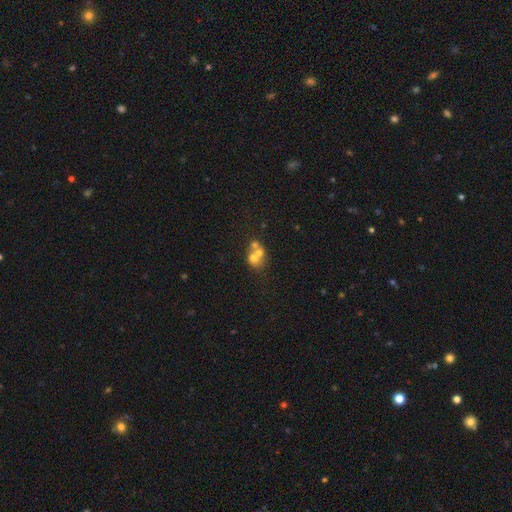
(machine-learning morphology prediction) Smooth or featured: smooth — 56% (featured or disk — 29%)
How rounded: round — 70% (in between — 29%)
Merging: merger — 59% (none — 30%)